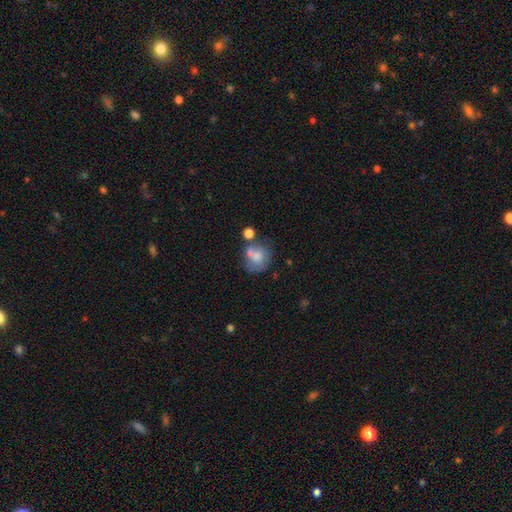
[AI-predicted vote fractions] Smooth or featured?
  - smooth: 65% *
  - featured or disk: 25%
  - star or artifact: 10%
How rounded?
  - round: 71% *
  - in between: 28%
  - cigar-shaped: 1%
Merging?
  - none: 39% *
  - merger: 29%
  - minor disturbance: 19%
  - major disturbance: 13%